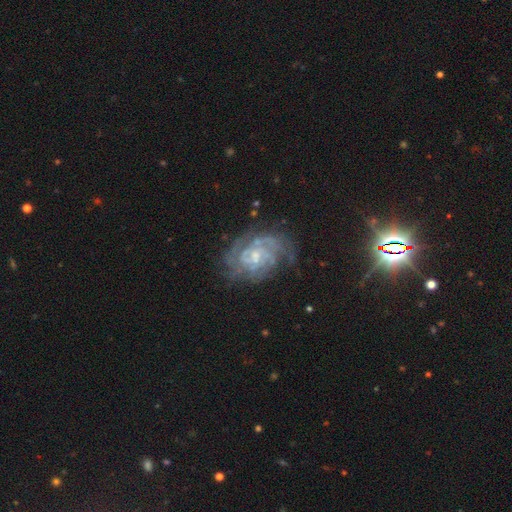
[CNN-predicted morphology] smooth_or_featured: featured or disk (p=0.86) [alt: star or artifact p=0.07]
disk_edge_on: no (p=0.97) [alt: yes p=0.03]
bar: no (p=0.53) [alt: weak p=0.39]
has_spiral_arms: yes (p=0.95) [alt: no p=0.05]
spiral_winding: tight (p=0.65) [alt: medium p=0.29]
spiral_arm_count: can't tell (p=0.33) [alt: 2 p=0.25]
bulge_size: small (p=0.58) [alt: moderate p=0.31]
merging: none (p=0.67) [alt: minor disturbance p=0.20]